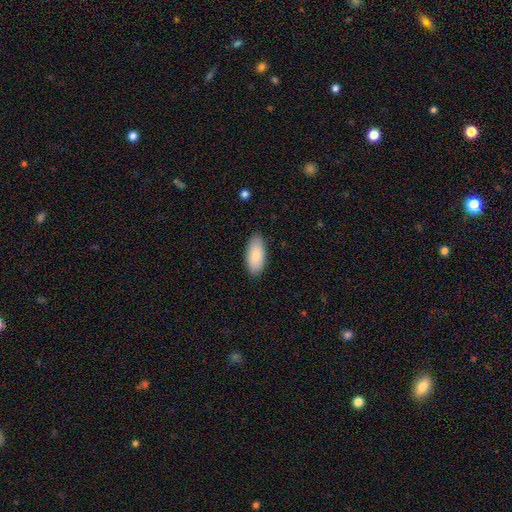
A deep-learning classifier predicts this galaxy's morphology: smooth-or-featured: smooth: 84% | featured or disk: 10% | star or artifact: 6%
  how-rounded: in between: 91% | cigar-shaped: 7% | round: 2%
  merging: none: 87% | minor disturbance: 10% | major disturbance: 2% | merger: 1%